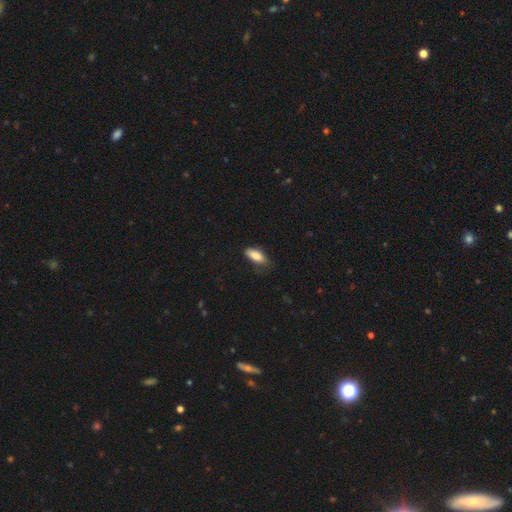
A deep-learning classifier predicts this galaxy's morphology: smooth 83%, featured or disk 10%, star or artifact 7%. Down the decision tree: how rounded — in between (80%); merging — none (65%).